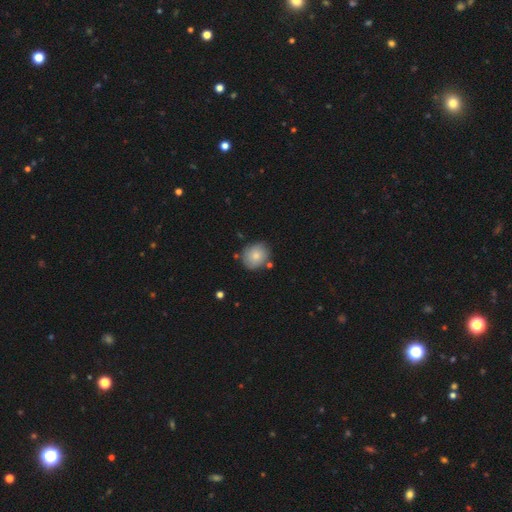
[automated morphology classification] The model was most divided on "how rounded": round: 76%, in between: 23%, cigar-shaped: 1%. More confident: smooth or featured — smooth (76%); merging — none (76%).